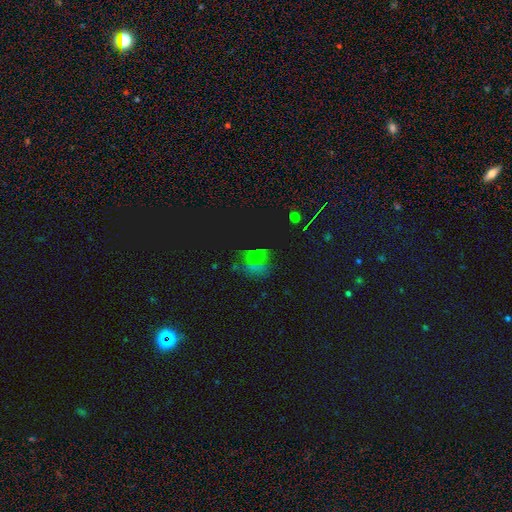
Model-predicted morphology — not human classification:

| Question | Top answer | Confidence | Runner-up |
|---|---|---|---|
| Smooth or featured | star or artifact | 48% | smooth (35%) |